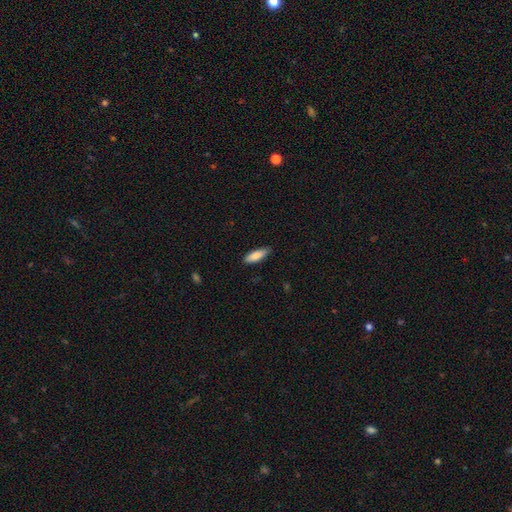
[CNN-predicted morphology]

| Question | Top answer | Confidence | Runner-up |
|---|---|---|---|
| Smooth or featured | smooth | 81% | featured or disk (13%) |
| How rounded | in between | 58% | cigar-shaped (40%) |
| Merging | none | 83% | minor disturbance (14%) |